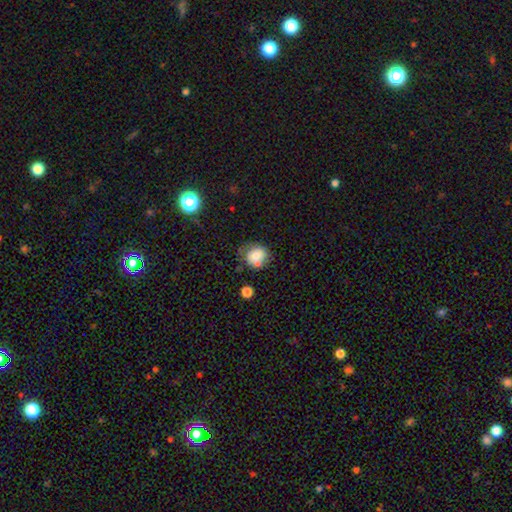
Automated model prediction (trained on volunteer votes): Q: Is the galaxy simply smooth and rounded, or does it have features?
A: smooth — 72%.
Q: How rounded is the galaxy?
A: round — 75%.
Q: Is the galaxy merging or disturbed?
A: none — 53%.